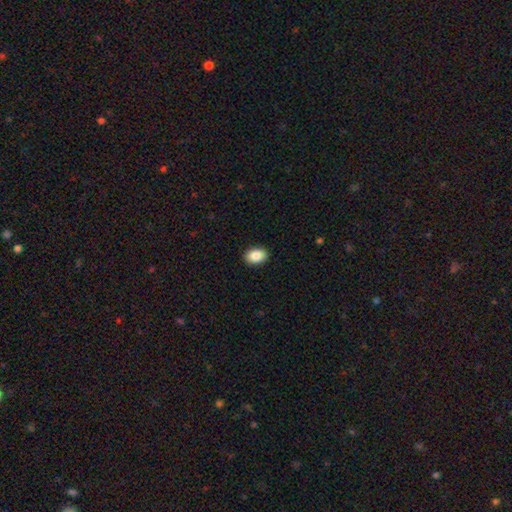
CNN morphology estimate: Smooth or featured? smooth (88%)
How rounded? in between (84%)
Merging? none (91%)